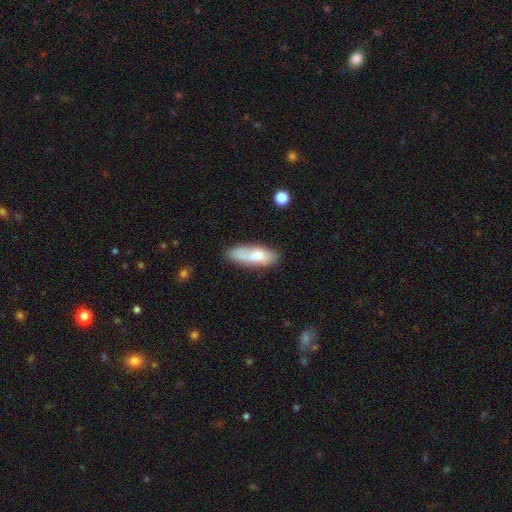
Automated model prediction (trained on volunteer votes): smooth 71%, featured or disk 22%, star or artifact 7%. Down the decision tree: how rounded — in between (67%); merging — none (60%).